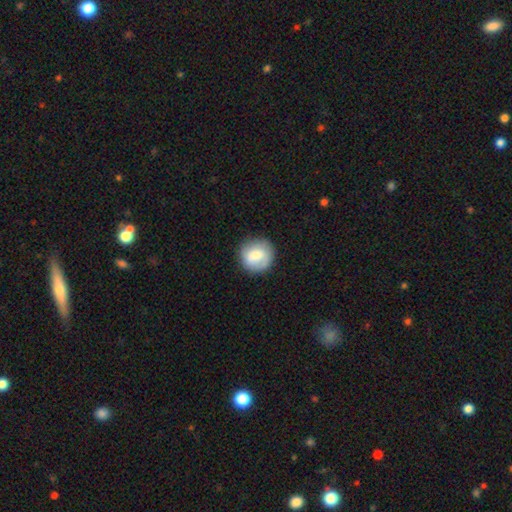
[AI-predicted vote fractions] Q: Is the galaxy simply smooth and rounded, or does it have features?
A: smooth — 75%.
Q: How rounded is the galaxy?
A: round — 91%.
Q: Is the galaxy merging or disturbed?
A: none — 82%.